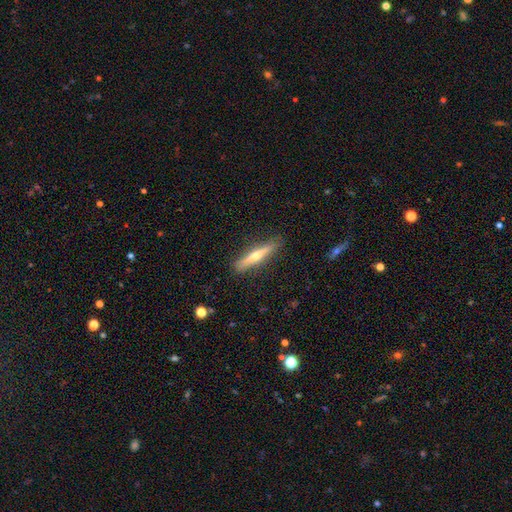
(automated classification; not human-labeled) Smooth or featured? featured or disk (58%)
Edge-on disk? yes (95%)
Edge-on bulge? rounded (86%)
Merging? none (88%)